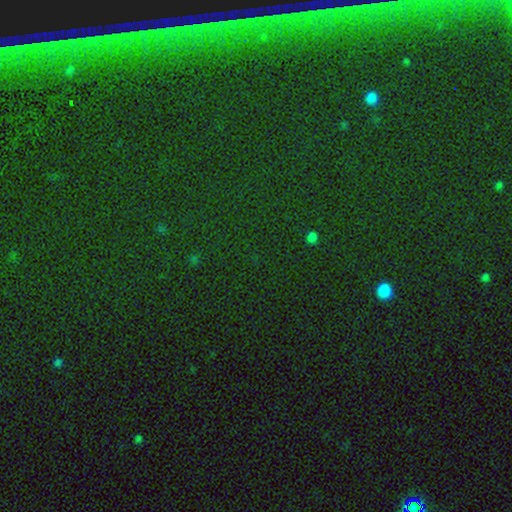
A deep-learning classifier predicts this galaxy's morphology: Smooth or featured?
  - star or artifact: 79% *
  - smooth: 11%
  - featured or disk: 10%